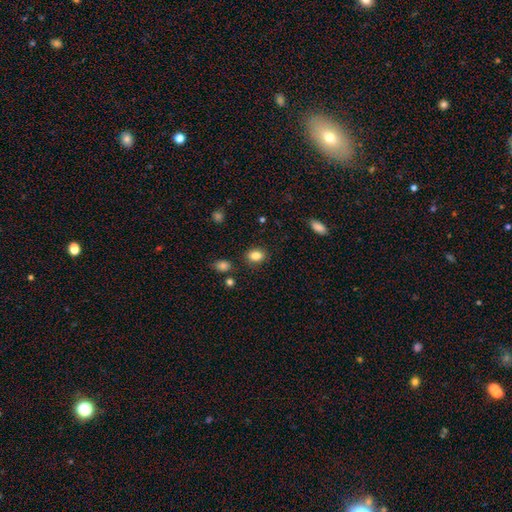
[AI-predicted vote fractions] Smooth or featured: smooth — 84% (star or artifact — 10%)
How rounded: in between — 55% (round — 43%)
Merging: none — 85% (minor disturbance — 10%)